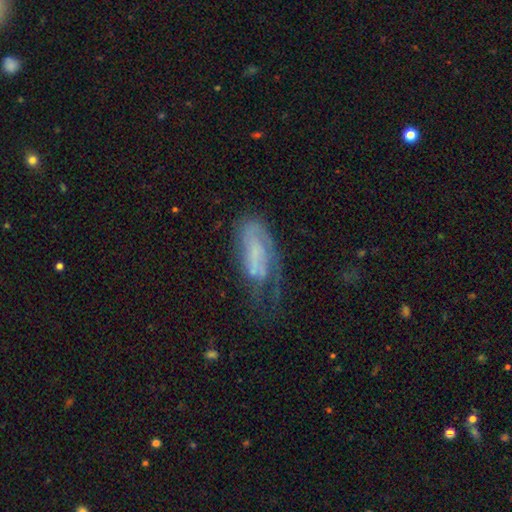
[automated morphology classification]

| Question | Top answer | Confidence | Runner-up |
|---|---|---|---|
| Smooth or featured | featured or disk | 50% | smooth (39%) |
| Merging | major disturbance | 36% | none (32%) |